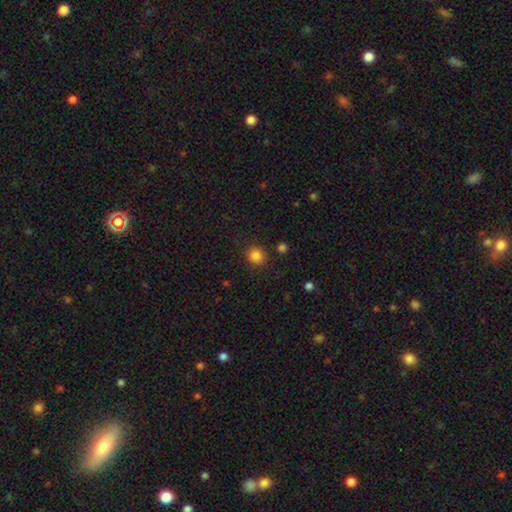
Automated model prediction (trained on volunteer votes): smooth_or_featured: smooth (p=0.84) [alt: star or artifact p=0.12]
how_rounded: round (p=0.91) [alt: in between p=0.08]
merging: none (p=0.89) [alt: minor disturbance p=0.07]